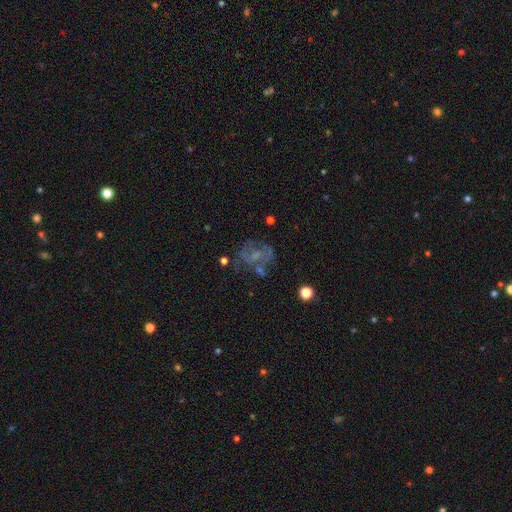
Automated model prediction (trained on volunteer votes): smooth_or_featured: featured or disk (p=0.60) [alt: smooth p=0.22]
disk_edge_on: no (p=0.97) [alt: yes p=0.03]
bar: no (p=0.64) [alt: weak p=0.29]
has_spiral_arms: no (p=0.51) [alt: yes p=0.49]
bulge_size: none (p=0.39) [alt: small p=0.36]
merging: none (p=0.51) [alt: major disturbance p=0.22]